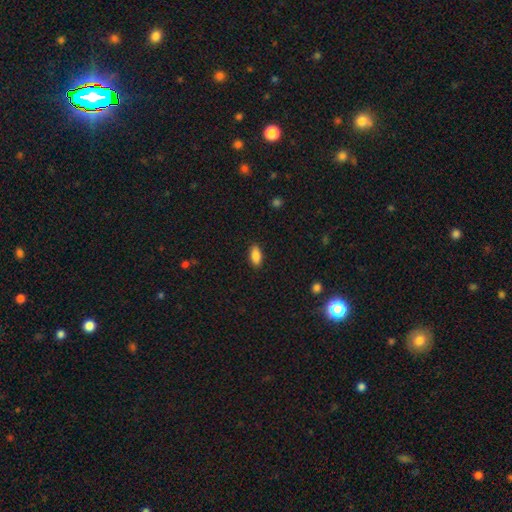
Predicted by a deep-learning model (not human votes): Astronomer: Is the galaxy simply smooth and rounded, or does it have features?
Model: smooth — 88%.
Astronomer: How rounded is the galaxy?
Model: in between — 90%.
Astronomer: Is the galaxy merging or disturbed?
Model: none — 88%.